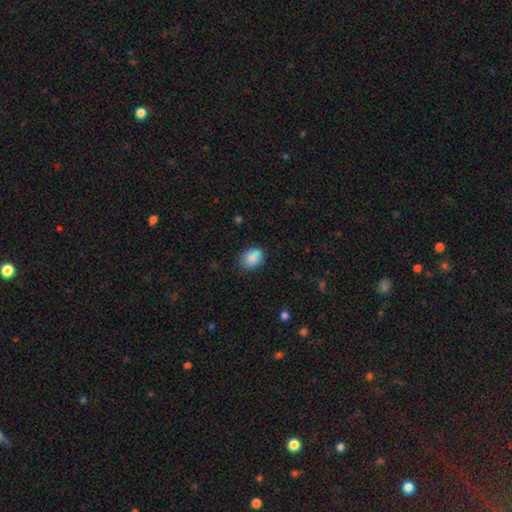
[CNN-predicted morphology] The model was most divided on "how rounded": in between: 63%, round: 36%, cigar-shaped: 1%. More confident: smooth or featured — smooth (85%); merging — none (75%).